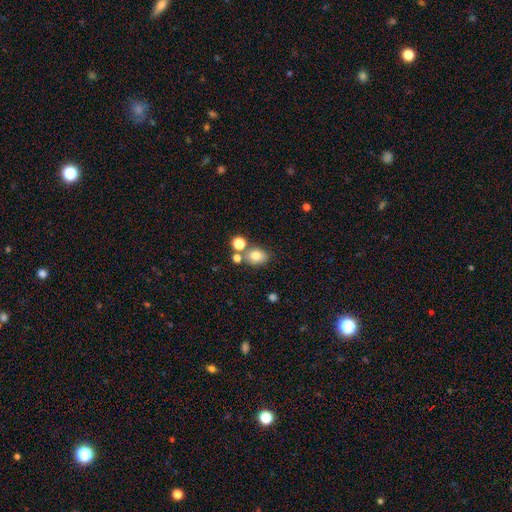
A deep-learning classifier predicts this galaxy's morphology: type=smooth (78%); roundness=in between (57%); merging=none (63%).